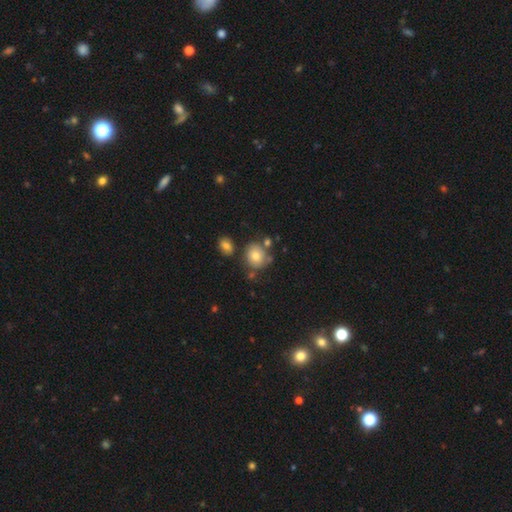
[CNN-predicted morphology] Smooth or featured? Predicted: smooth (p=0.77). How rounded? Predicted: round (p=0.77). Merging? Predicted: none (p=0.68).